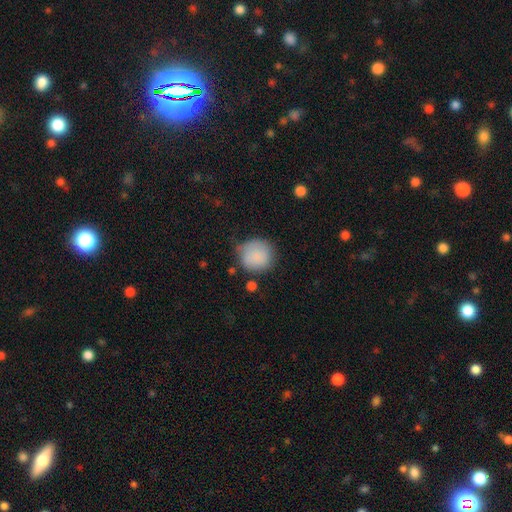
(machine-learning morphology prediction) This is clearly a smooth galaxy (85%). How rounded: clearly round (87%). Merging: possibly none (54%).